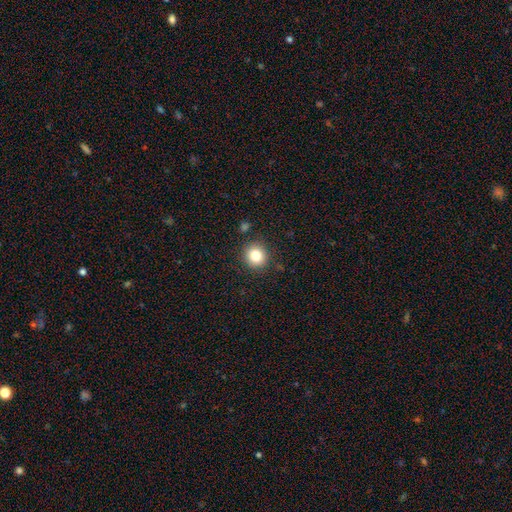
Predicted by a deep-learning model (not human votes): This appears to be a smooth galaxy with no disk features (82%) that is round (90%). Merging: none (88%).